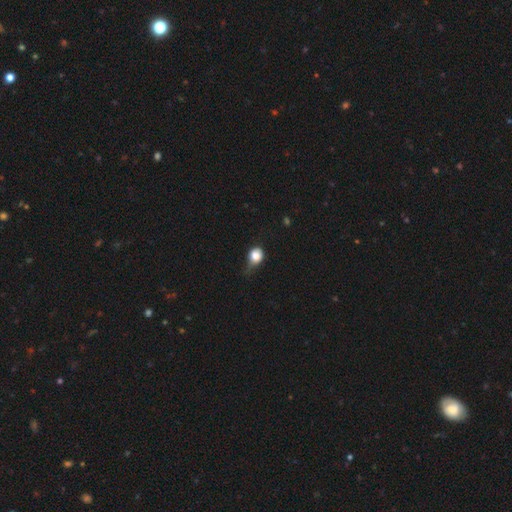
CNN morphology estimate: smooth-or-featured: smooth: 79% | featured or disk: 11% | star or artifact: 10%
  how-rounded: round: 64% | in between: 35% | cigar-shaped: 1%
  merging: minor disturbance: 46% | none: 30% | major disturbance: 22% | merger: 3%